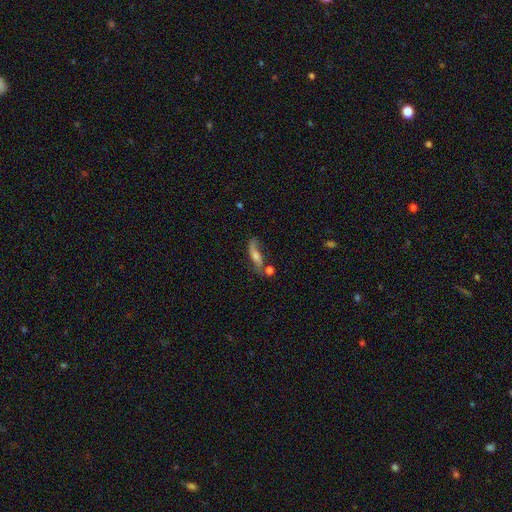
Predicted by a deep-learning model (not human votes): Overall: featured or disk (58%; smooth 32%). Edge-on disk: no (61%; yes 39%). Merging: none (52%; minor disturbance 21%).